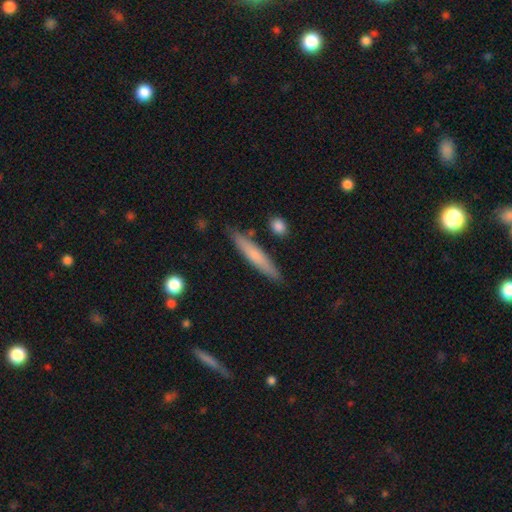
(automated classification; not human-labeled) smooth 67%, featured or disk 27%, star or artifact 6%. Down the decision tree: how rounded — cigar-shaped (91%); merging — none (85%).